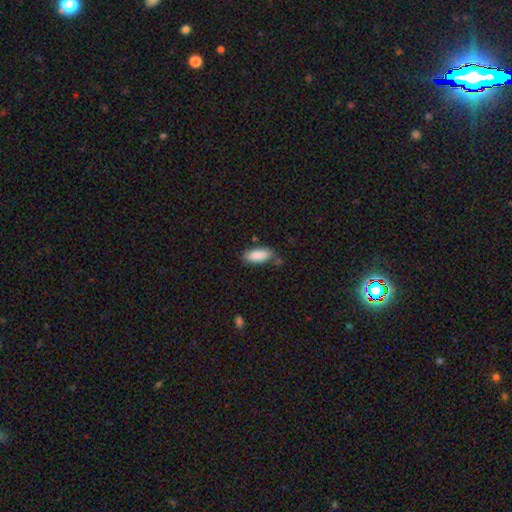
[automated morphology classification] This appears to be a smooth galaxy with no disk features (88%) that is in between round and cigar-shaped (80%). Merging: none (66%).